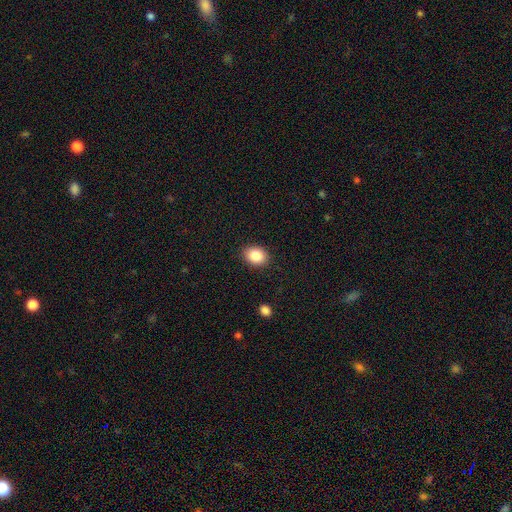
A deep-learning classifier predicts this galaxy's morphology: Q: Smooth or featured?
A: smooth (86%); runner-up: star or artifact (9%)
Q: How rounded?
A: in between (57%); runner-up: round (42%)
Q: Merging?
A: none (89%); runner-up: minor disturbance (8%)